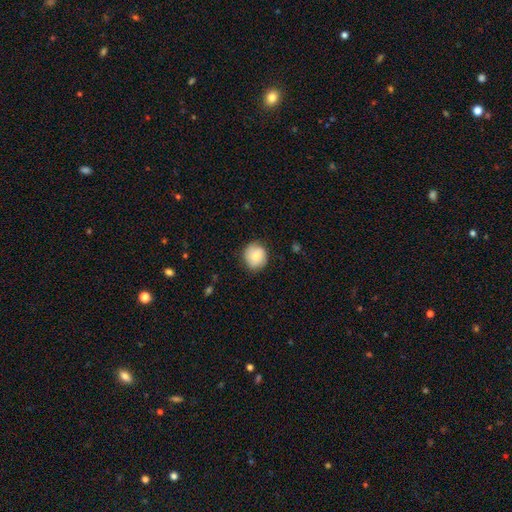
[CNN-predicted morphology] The model was most divided on "smooth or featured": smooth: 75%, featured or disk: 18%, star or artifact: 7%. More confident: how rounded — round (84%); merging — none (81%).